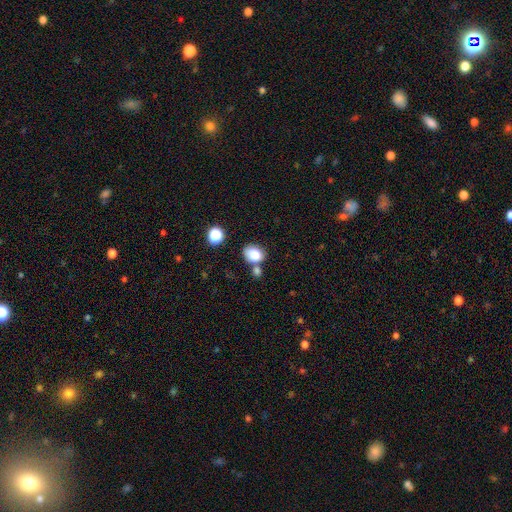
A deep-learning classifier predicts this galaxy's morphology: Overall: smooth (82%). How rounded: in between (60%; round 39%). Merging: none (51%; merger 26%).